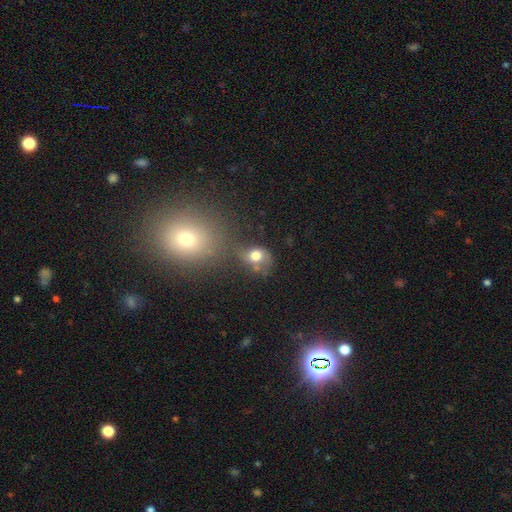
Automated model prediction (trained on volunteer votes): smooth_or_featured: smooth (p=0.69) [alt: featured or disk p=0.18]
how_rounded: round (p=0.58) [alt: in between p=0.40]
merging: none (p=0.40) [alt: merger p=0.26]